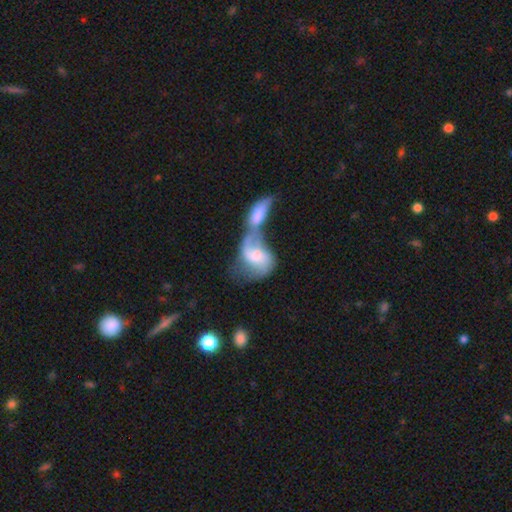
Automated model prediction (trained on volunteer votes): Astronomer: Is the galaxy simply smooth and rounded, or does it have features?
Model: featured or disk — 58% (runner-up: smooth, 36%).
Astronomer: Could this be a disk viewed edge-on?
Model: no — 95%.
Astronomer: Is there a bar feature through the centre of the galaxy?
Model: no — 54% (runner-up: weak, 36%).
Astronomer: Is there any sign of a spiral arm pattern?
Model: yes — 76%.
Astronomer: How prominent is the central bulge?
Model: moderate — 37% (runner-up: small, 26%).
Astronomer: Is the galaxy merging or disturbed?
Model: merger — 78%.